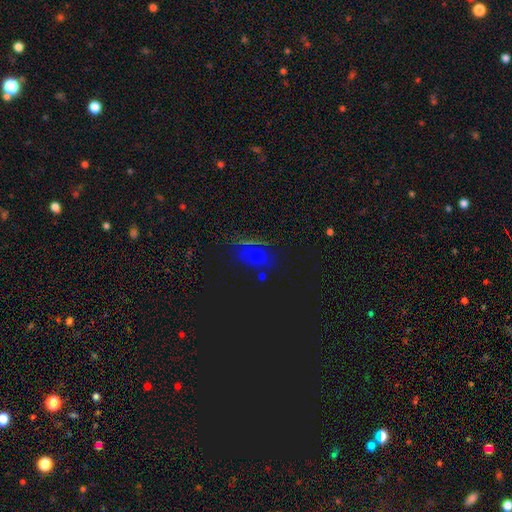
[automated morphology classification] This appears to be a star or artifact, not a galaxy (51%).